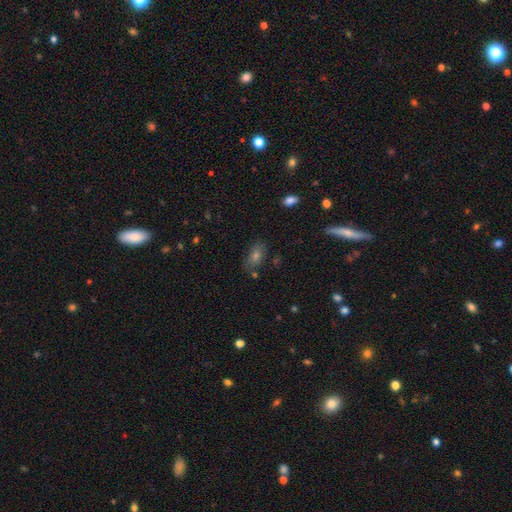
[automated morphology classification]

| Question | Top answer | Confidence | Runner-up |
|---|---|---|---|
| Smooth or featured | smooth | 57% | featured or disk (22%) |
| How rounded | in between | 79% | round (12%) |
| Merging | none | 78% | minor disturbance (14%) |